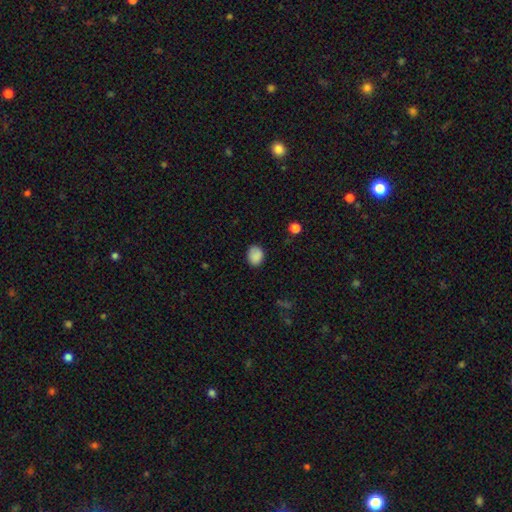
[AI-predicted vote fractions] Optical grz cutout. It shows a smooth galaxy with no disk features (87%) that is in between round and cigar-shaped (53%). Merging: none (79%).